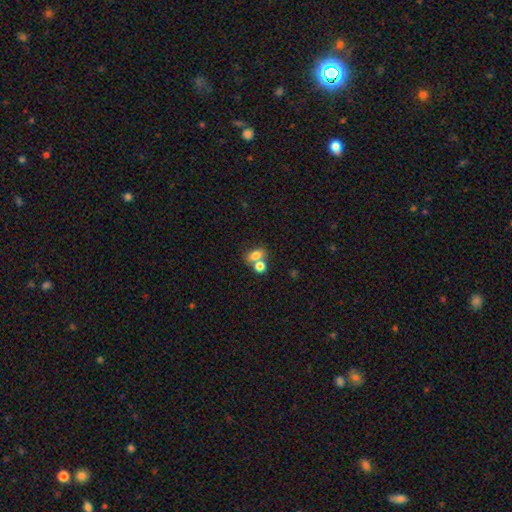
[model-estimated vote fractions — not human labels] Smooth or featured? smooth (76%)
How rounded? in between (71%)
Merging? merger (47%)